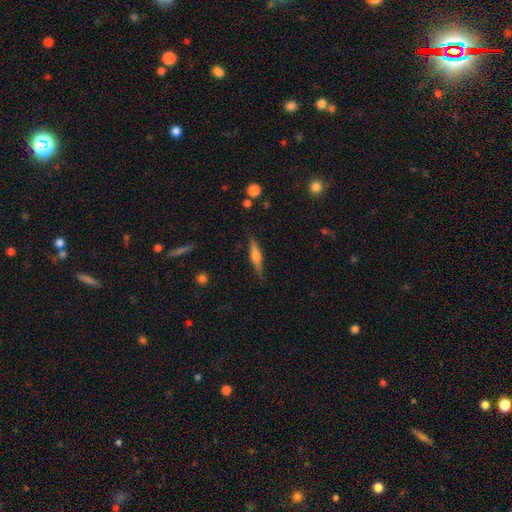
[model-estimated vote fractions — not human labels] Morphology: type=featured or disk (66%); edge-on=yes (97%); edge-on bulge=rounded (88%); merging=none (87%).